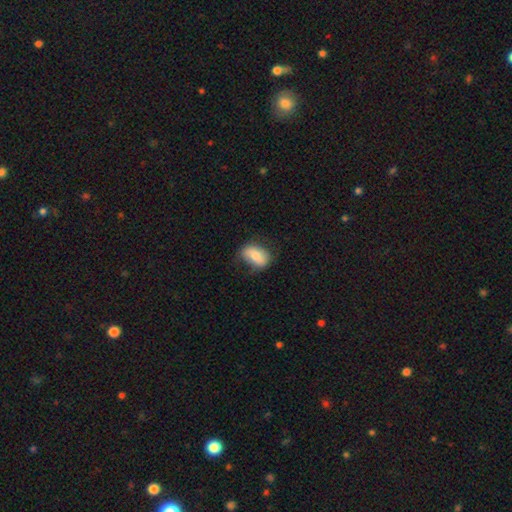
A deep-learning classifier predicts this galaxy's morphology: Smooth or featured? smooth (71%)
How rounded? in between (86%)
Merging? none (66%)